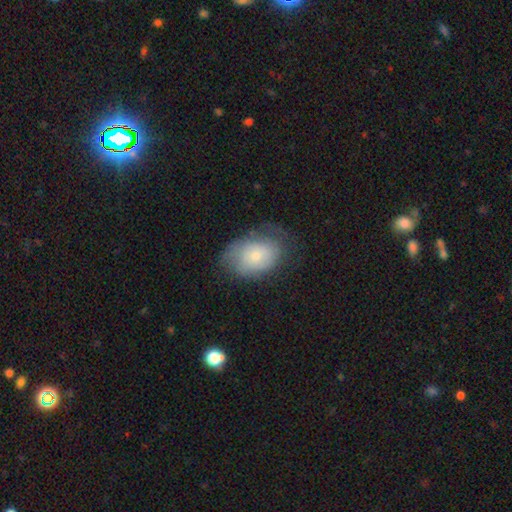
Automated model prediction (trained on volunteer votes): Smooth or featured?
  - smooth: 62% *
  - featured or disk: 30%
  - star or artifact: 8%
How rounded?
  - in between: 78% *
  - round: 20%
  - cigar-shaped: 1%
Merging?
  - none: 55% *
  - minor disturbance: 29%
  - major disturbance: 14%
  - merger: 1%